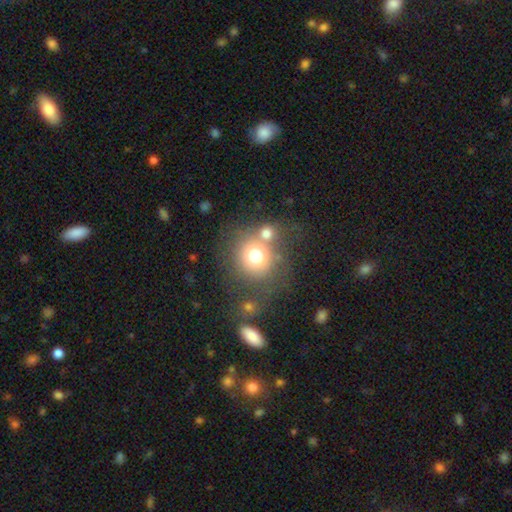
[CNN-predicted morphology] This appears to be a smooth galaxy with no disk features (71%) that is round (88%). Merging: none (55%).